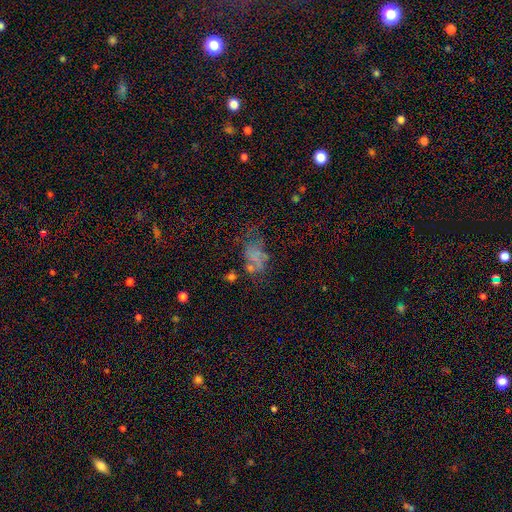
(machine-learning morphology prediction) smooth-or-featured: smooth: 42% | featured or disk: 33% | star or artifact: 24%
  merging: none: 36% | major disturbance: 30% | minor disturbance: 21% | merger: 13%